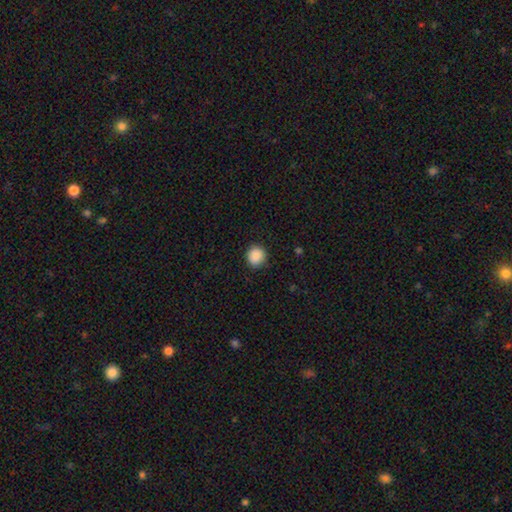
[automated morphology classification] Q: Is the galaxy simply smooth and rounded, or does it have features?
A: smooth — 89%.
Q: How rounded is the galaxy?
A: round — 89%.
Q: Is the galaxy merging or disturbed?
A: none — 90%.